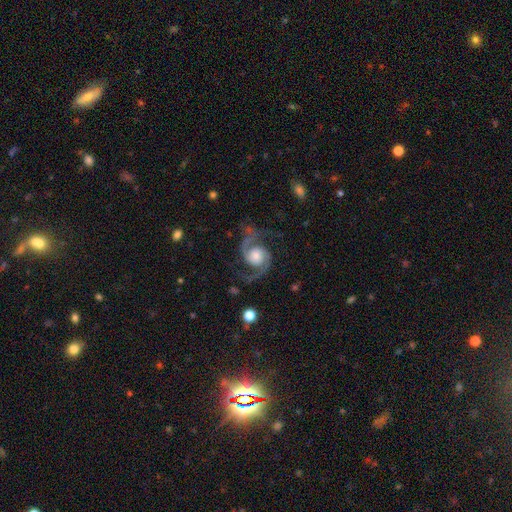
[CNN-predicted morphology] Q: Smooth or featured?
A: featured or disk (93%); runner-up: star or artifact (4%)
Q: Edge-on disk?
A: no (98%); runner-up: yes (2%)
Q: Bar?
A: no (71%); runner-up: weak (23%)
Q: Spiral arms?
A: yes (98%); runner-up: no (2%)
Q: Spiral winding?
A: medium (56%); runner-up: loose (30%)
Q: Spiral arm count?
A: 2 (94%); runner-up: 1 (1%)
Q: Bulge size?
A: moderate (44%); runner-up: small (28%)
Q: Merging?
A: none (77%); runner-up: minor disturbance (13%)